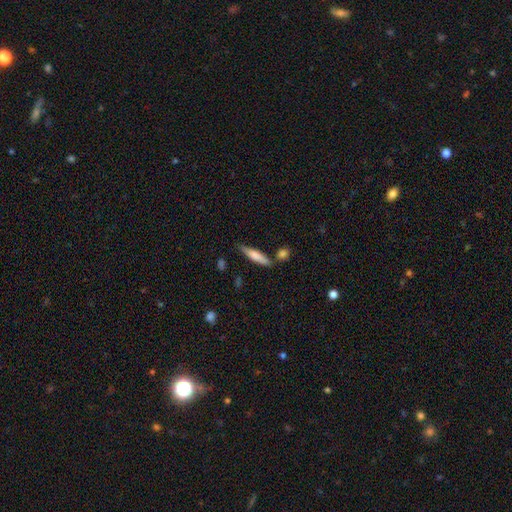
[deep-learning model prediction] smooth-or-featured: smooth: 63% | featured or disk: 31% | star or artifact: 6%
  how-rounded: cigar-shaped: 83% | in between: 16% | round: 2%
  merging: none: 74% | minor disturbance: 15% | merger: 8% | major disturbance: 3%